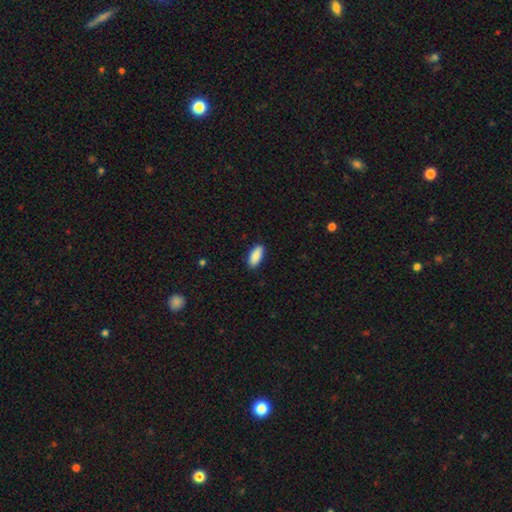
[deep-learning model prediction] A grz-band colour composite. It shows a smooth galaxy with no disk features (90%) that is in between round and cigar-shaped (84%). Merging: none (90%).